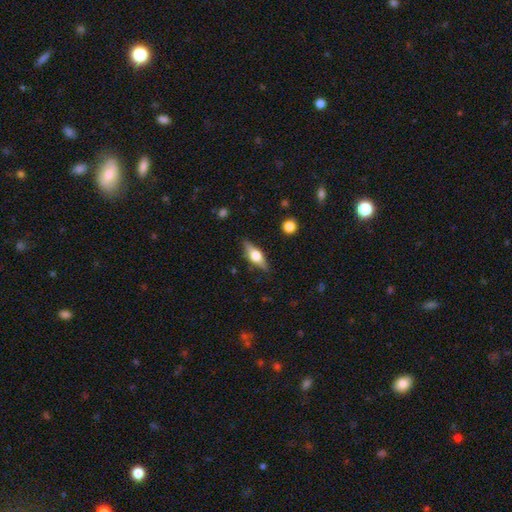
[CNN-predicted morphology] Smooth or featured? featured or disk (55%)
Edge-on disk? yes (93%)
Edge-on bulge? rounded (92%)
Merging? none (84%)